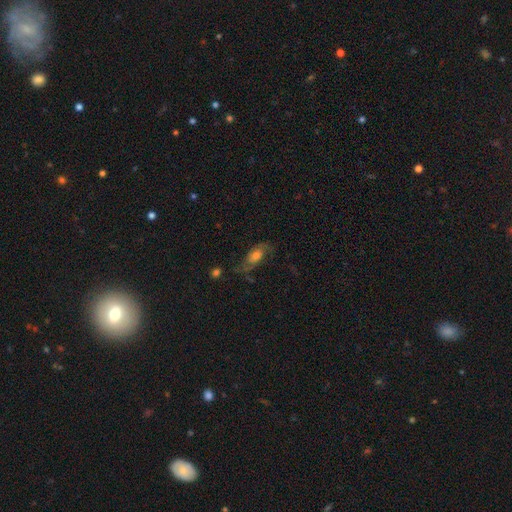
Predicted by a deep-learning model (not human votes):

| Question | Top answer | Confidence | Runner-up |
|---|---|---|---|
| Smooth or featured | featured or disk | 54% | smooth (35%) |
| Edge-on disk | no | 88% | yes (12%) |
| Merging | none | 57% | minor disturbance (23%) |